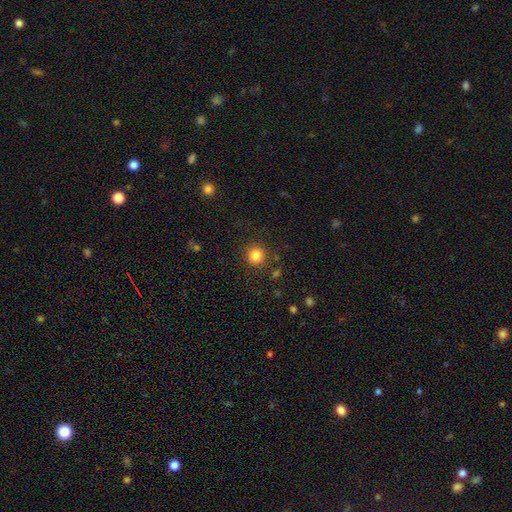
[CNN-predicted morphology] type=smooth (83%); roundness=round (93%); merging=none (88%).